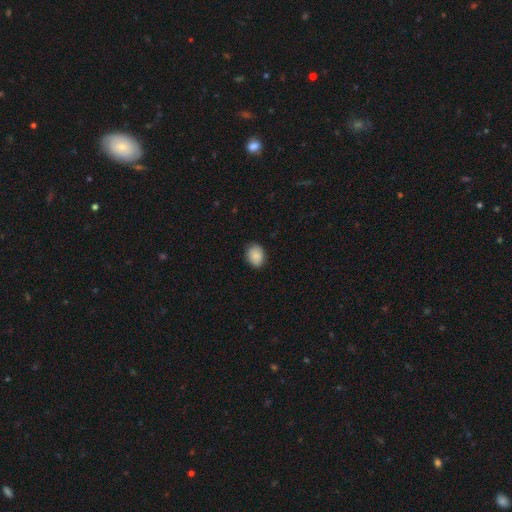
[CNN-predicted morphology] A smooth galaxy with no disk features (88%) that is in between round and cigar-shaped (55%).

Vote fractions:
- Smooth or featured? smooth: 88% / star or artifact: 7% / featured or disk: 5%
- How rounded? in between: 55% / round: 44% / cigar-shaped: 1%
- Merging? none: 85% / minor disturbance: 12% / major disturbance: 2% / merger: 1%